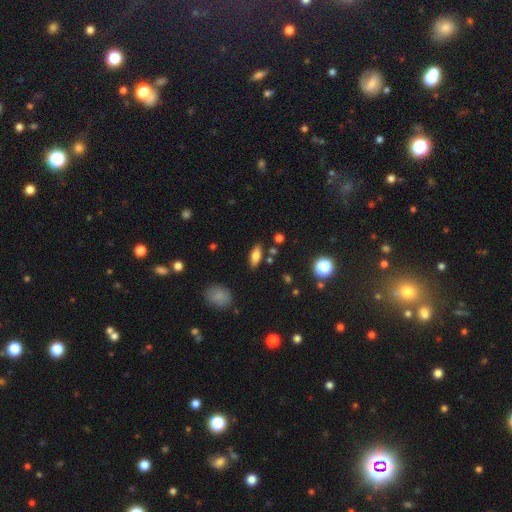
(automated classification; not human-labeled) A smooth galaxy with no disk features (74%) that is in between round and cigar-shaped (77%).

Vote fractions:
- Smooth or featured? smooth: 74% / featured or disk: 16% / star or artifact: 9%
- How rounded? in between: 77% / cigar-shaped: 20% / round: 4%
- Merging? none: 83% / minor disturbance: 11% / merger: 4% / major disturbance: 3%